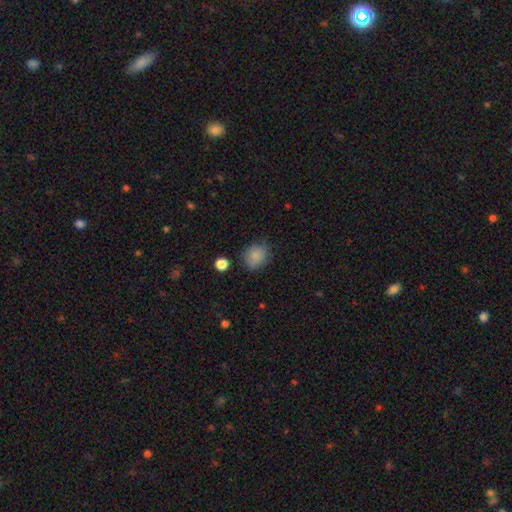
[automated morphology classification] Smooth or featured? smooth (85%)
How rounded? round (67%)
Merging? none (75%)